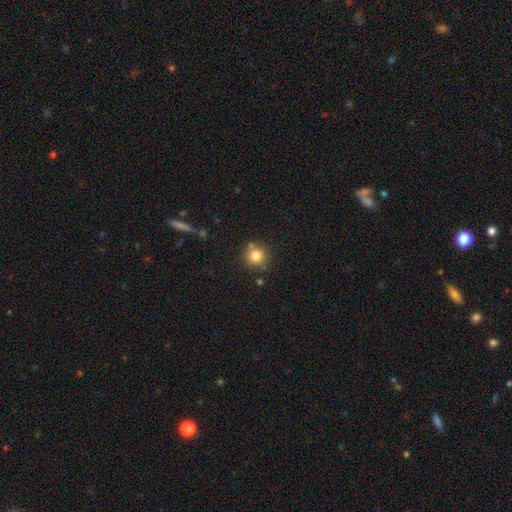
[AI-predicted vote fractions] Smooth or featured: smooth — 81% (star or artifact — 12%)
How rounded: round — 94% (in between — 5%)
Merging: none — 80% (minor disturbance — 9%)